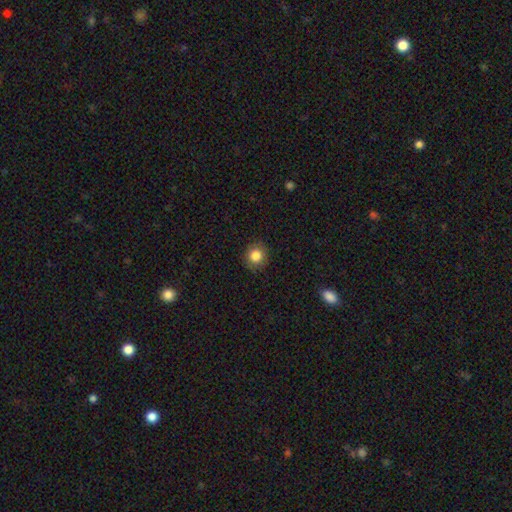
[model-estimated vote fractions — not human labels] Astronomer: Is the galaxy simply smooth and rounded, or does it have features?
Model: smooth — 84%.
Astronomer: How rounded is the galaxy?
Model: round — 88%.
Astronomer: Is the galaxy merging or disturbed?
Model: none — 90%.